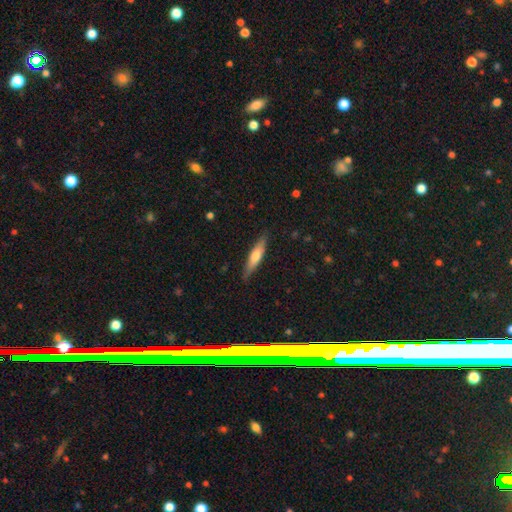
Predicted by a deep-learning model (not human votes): Q: Smooth or featured?
A: smooth (56%); runner-up: featured or disk (38%)
Q: How rounded?
A: cigar-shaped (82%); runner-up: in between (17%)
Q: Merging?
A: none (86%); runner-up: minor disturbance (11%)